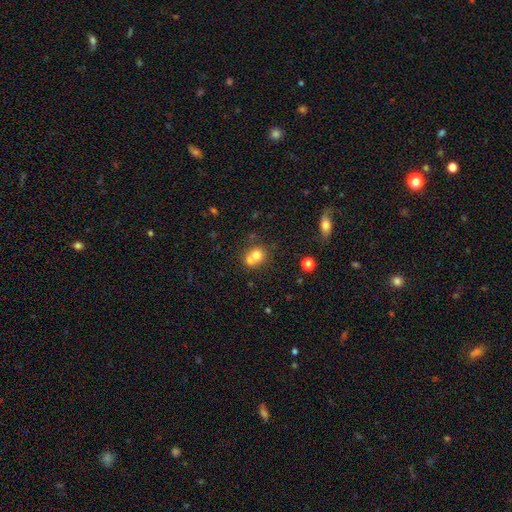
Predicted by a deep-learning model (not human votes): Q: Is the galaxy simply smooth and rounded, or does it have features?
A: smooth — 71%.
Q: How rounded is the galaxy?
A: round — 77%.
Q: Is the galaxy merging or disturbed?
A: merger — 57%.